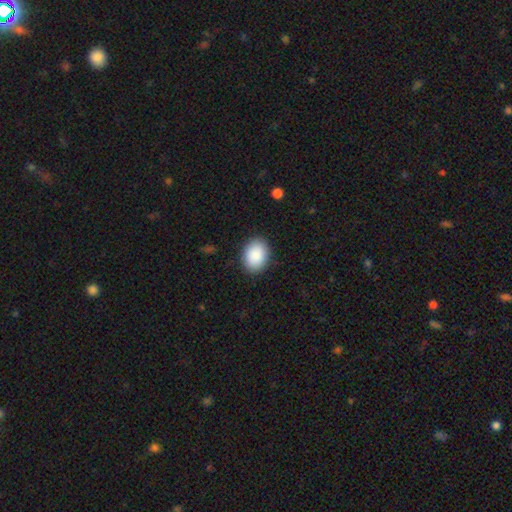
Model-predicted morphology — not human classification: Smooth or featured?
  - smooth: 90% *
  - star or artifact: 6%
  - featured or disk: 4%
How rounded?
  - in between: 70% *
  - round: 29%
  - cigar-shaped: 1%
Merging?
  - none: 88% *
  - minor disturbance: 8%
  - major disturbance: 2%
  - merger: 1%